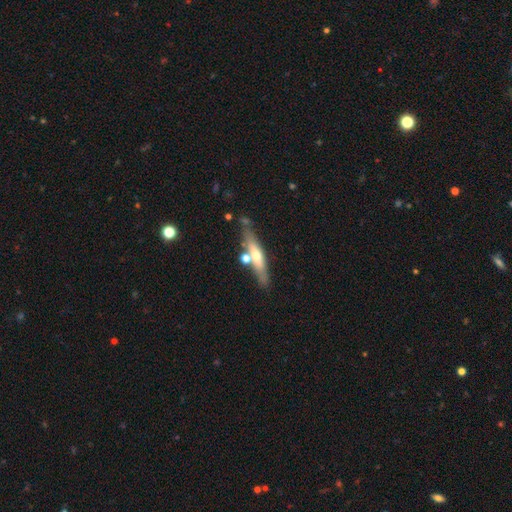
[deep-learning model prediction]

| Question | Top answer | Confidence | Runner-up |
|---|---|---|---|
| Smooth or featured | featured or disk | 52% | smooth (41%) |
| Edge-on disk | yes | 85% | no (15%) |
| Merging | none | 71% | minor disturbance (14%) |